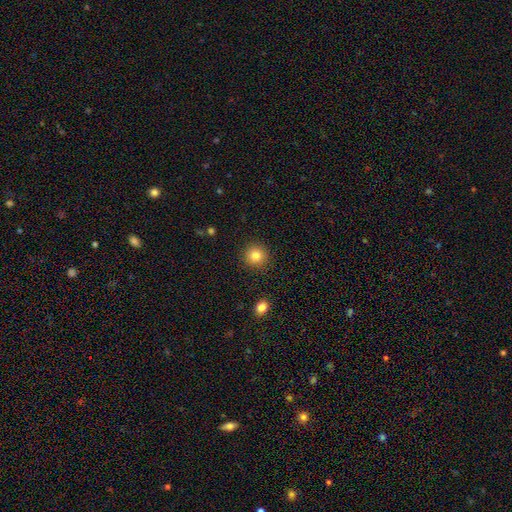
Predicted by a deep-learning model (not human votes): The model was most divided on "smooth or featured": smooth: 83%, star or artifact: 11%, featured or disk: 6%. More confident: how rounded — round (93%); merging — none (91%).